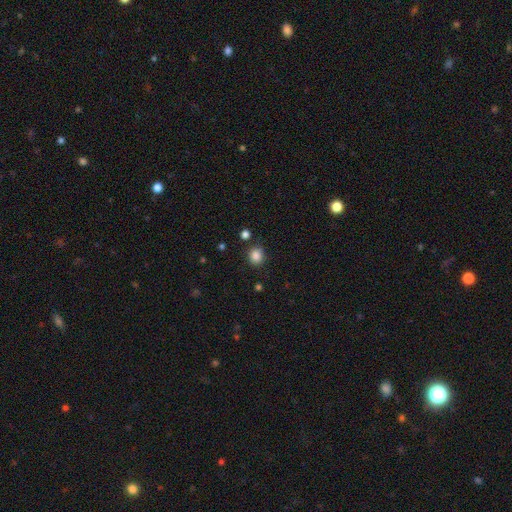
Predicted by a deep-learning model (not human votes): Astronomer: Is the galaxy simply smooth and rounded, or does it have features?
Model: smooth — 85%.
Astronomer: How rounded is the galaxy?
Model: round — 78%.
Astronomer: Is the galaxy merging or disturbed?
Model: none — 82%.